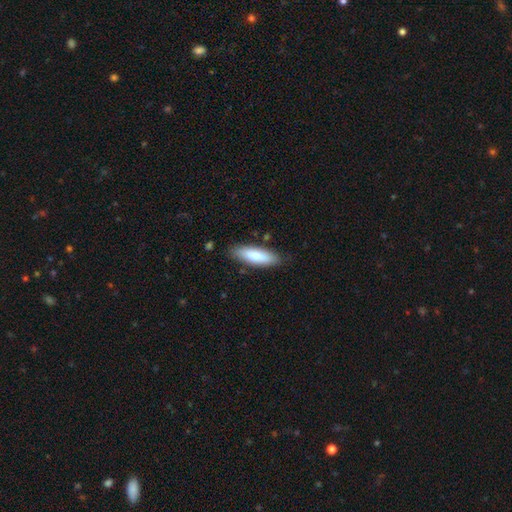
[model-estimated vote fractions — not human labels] The model was most divided on "how rounded": in between: 51%, cigar-shaped: 48%, round: 1%. More confident: smooth or featured — smooth (84%); merging — none (83%).